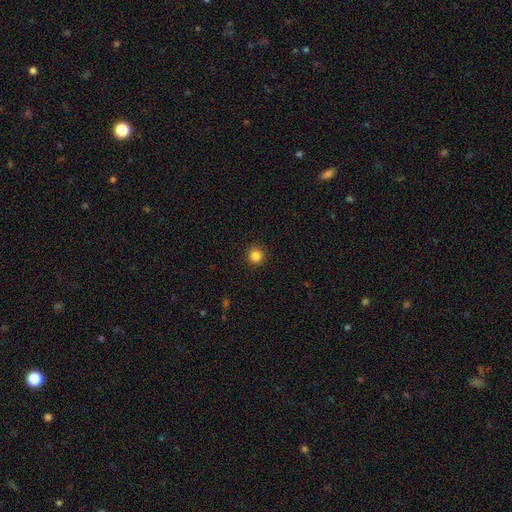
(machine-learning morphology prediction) Smooth or featured? smooth (85%)
How rounded? round (96%)
Merging? none (93%)